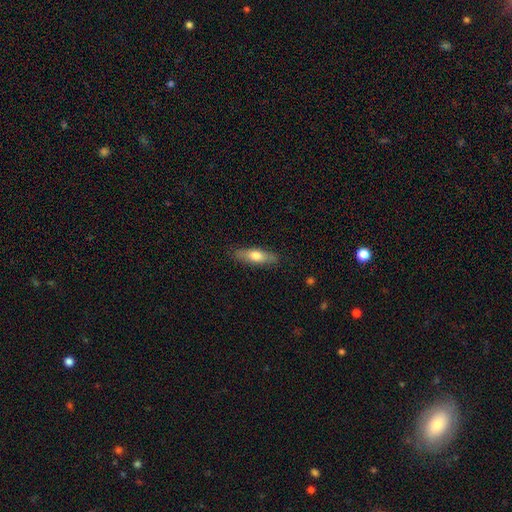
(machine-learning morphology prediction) smooth_or_featured: smooth (p=0.66) [alt: featured or disk p=0.28]
how_rounded: in between (p=0.50) [alt: cigar-shaped p=0.47]
merging: none (p=0.84) [alt: minor disturbance p=0.12]